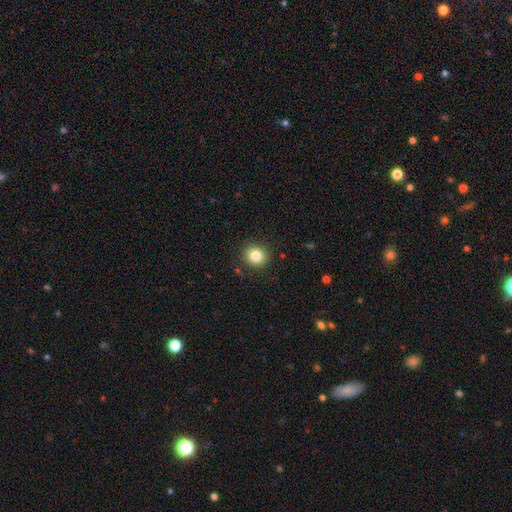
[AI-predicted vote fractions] Morphology: type=smooth (83%); roundness=round (88%); merging=none (89%).